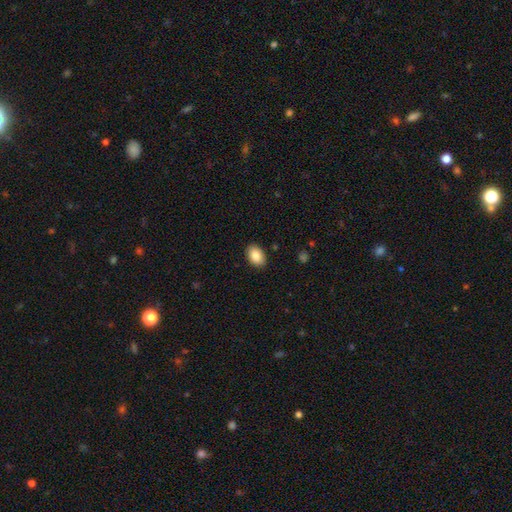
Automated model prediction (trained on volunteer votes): Overall: smooth (86%). How rounded: in between (87%). Merging: none (89%).